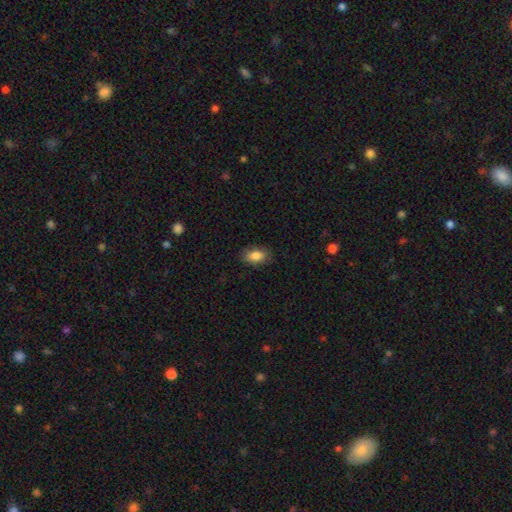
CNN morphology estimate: Q: Smooth or featured?
A: smooth (86%); runner-up: star or artifact (7%)
Q: How rounded?
A: in between (91%); runner-up: round (6%)
Q: Merging?
A: none (85%); runner-up: minor disturbance (11%)